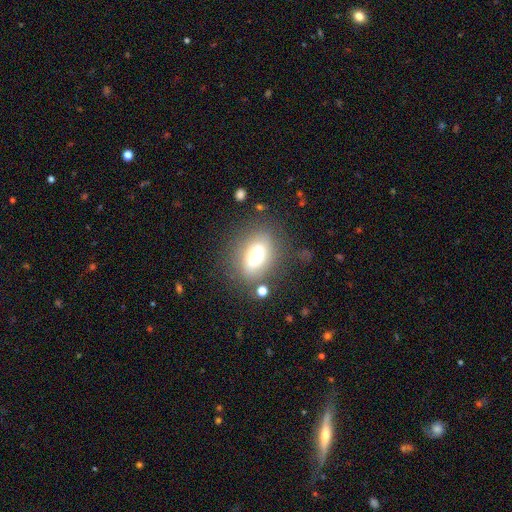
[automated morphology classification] type=smooth (64%); roundness=in between (76%); merging=none (71%).